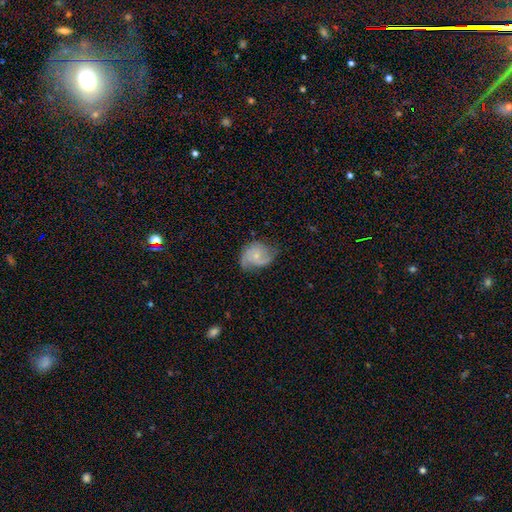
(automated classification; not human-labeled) Q: Smooth or featured?
A: featured or disk (68%); runner-up: smooth (25%)
Q: Edge-on disk?
A: no (98%); runner-up: yes (2%)
Q: Bar?
A: no (69%); runner-up: weak (27%)
Q: Spiral arms?
A: yes (92%); runner-up: no (8%)
Q: Spiral winding?
A: medium (47%); runner-up: loose (27%)
Q: Spiral arm count?
A: 2 (63%); runner-up: can't tell (14%)
Q: Bulge size?
A: small (69%); runner-up: moderate (21%)
Q: Merging?
A: none (58%); runner-up: minor disturbance (28%)